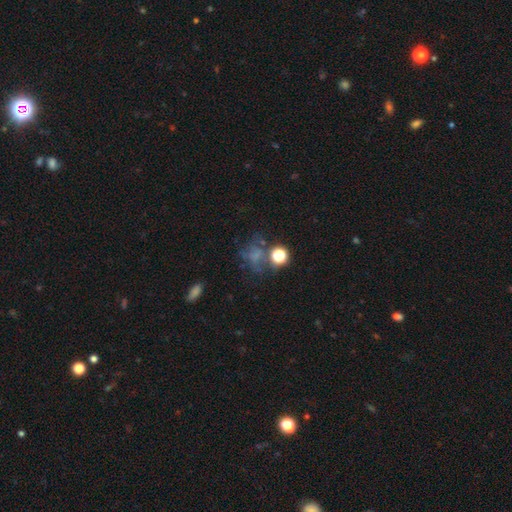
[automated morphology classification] A smooth galaxy with no disk features (44%). Merging: none (46%).